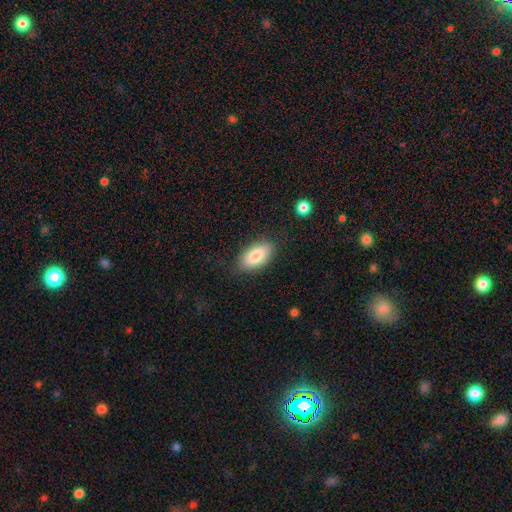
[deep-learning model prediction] Smooth or featured?
  - smooth: 82% *
  - featured or disk: 12%
  - star or artifact: 7%
How rounded?
  - in between: 92% *
  - cigar-shaped: 5%
  - round: 3%
Merging?
  - none: 83% *
  - minor disturbance: 12%
  - major disturbance: 3%
  - merger: 1%